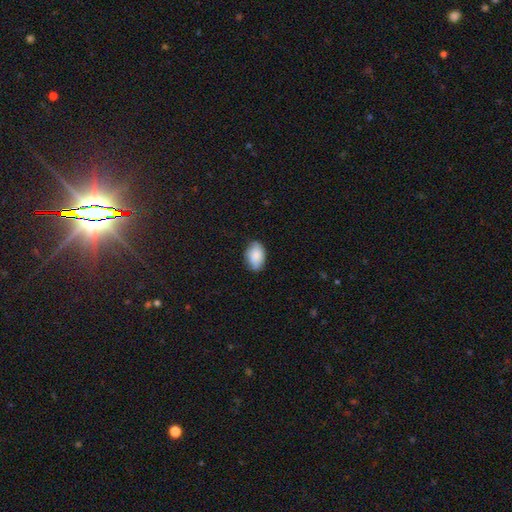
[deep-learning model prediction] A smooth galaxy with no disk features (84%) that is in between round and cigar-shaped (89%). Merging: none (78%).